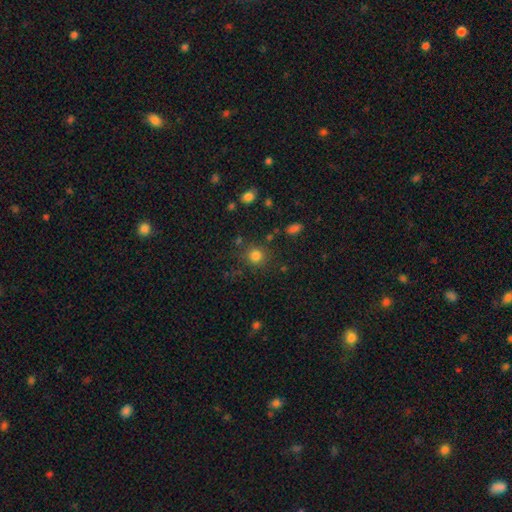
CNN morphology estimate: Smooth or featured? smooth (80%)
How rounded? round (89%)
Merging? none (82%)